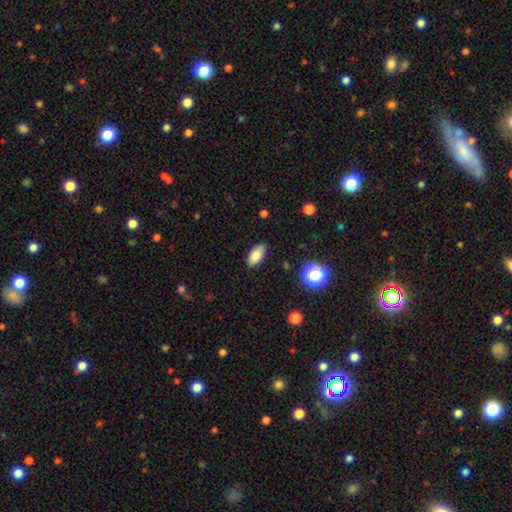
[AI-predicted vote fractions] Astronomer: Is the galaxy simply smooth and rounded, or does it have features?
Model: smooth — 81%.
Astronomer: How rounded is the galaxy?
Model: in between — 90%.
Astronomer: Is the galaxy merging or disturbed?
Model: none — 85%.